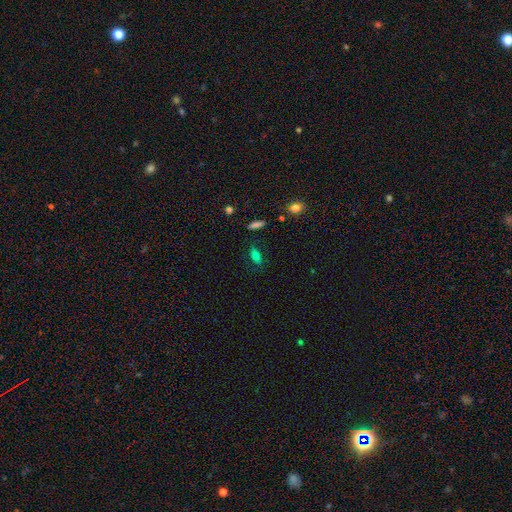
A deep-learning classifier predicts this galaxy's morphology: Smooth or featured? Predicted: smooth (p=0.72). How rounded? Predicted: in between (p=0.77). Merging? Predicted: none (p=0.73).